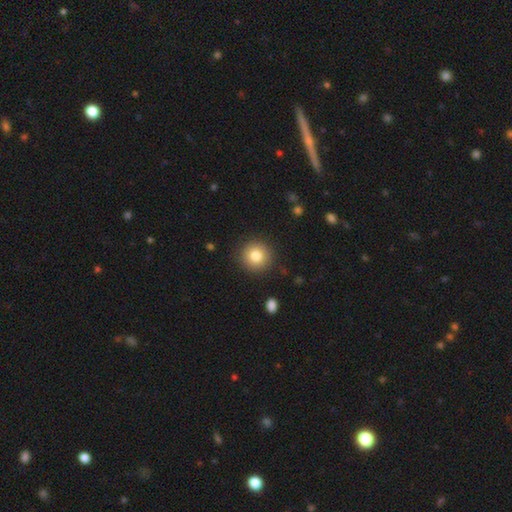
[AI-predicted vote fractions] smooth 83%, star or artifact 9%, featured or disk 8%. Down the decision tree: how rounded — round (94%); merging — none (89%).